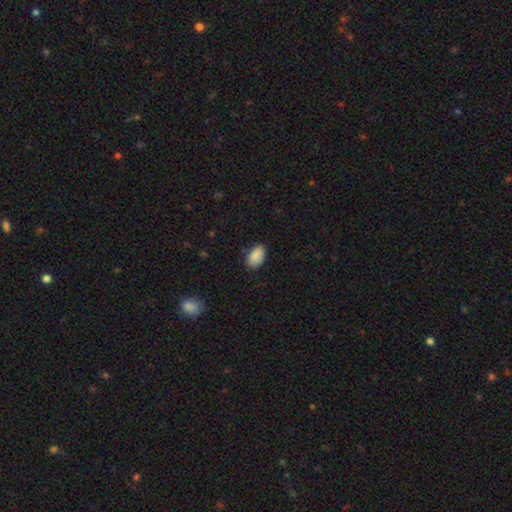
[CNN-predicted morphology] The model was most divided on "merging": none: 79%, minor disturbance: 17%, major disturbance: 3%, merger: 1%. More confident: how rounded — in between (94%); smooth or featured — smooth (88%).